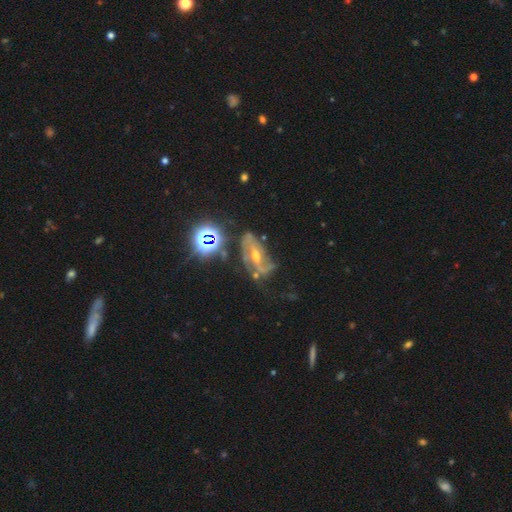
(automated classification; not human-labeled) A featured or disk galaxy (74%) with a weak bar (41%), 2 (67%) medium (42%) spiral arms (91%) and a moderate central bulge (55%).

Vote fractions:
- Smooth or featured? featured or disk: 74% / star or artifact: 17% / smooth: 9%
- Edge-on disk? no: 94% / yes: 6%
- Bar? weak: 41% / strong: 31% / no: 28%
- Spiral arms? yes: 91% / no: 9%
- Spiral winding? medium: 42% / loose: 37% / tight: 21%
- Spiral arm count? 2: 67% / can't tell: 14% / 1: 9% / 3: 6% / 4: 2% / more than 4: 2%
- Bulge size? moderate: 55% / small: 40% / large: 2% / none: 2% / dominant: 1%
- Merging? none: 47% / minor disturbance: 25% / major disturbance: 21% / merger: 6%